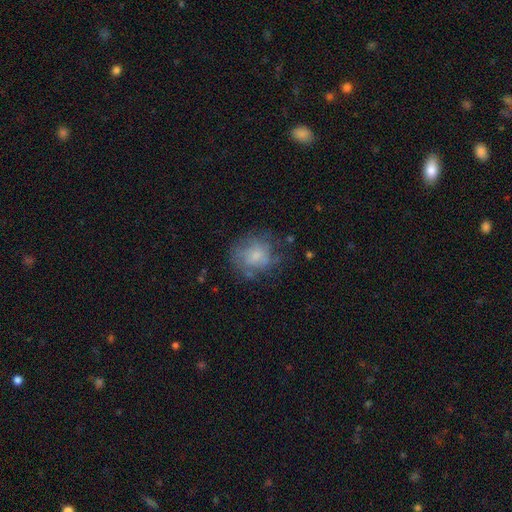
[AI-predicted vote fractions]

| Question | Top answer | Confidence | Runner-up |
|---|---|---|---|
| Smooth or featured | smooth | 50% | featured or disk (40%) |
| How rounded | round | 75% | in between (24%) |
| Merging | none | 58% | minor disturbance (23%) |